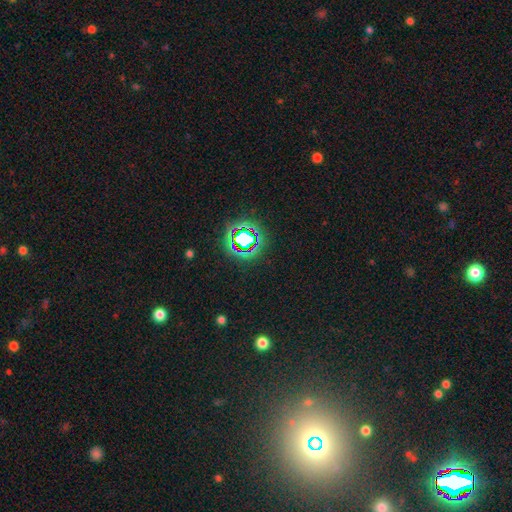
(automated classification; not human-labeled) smooth-or-featured: star or artifact: 69% | smooth: 19% | featured or disk: 11%